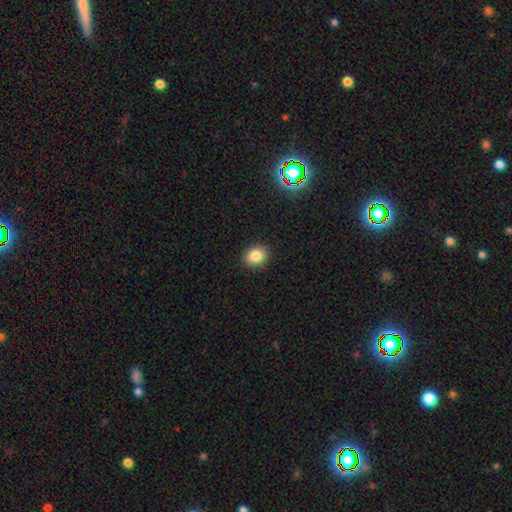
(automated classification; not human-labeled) This is clearly a smooth galaxy (83%). How rounded: possibly round (54%). Merging: clearly none (90%).